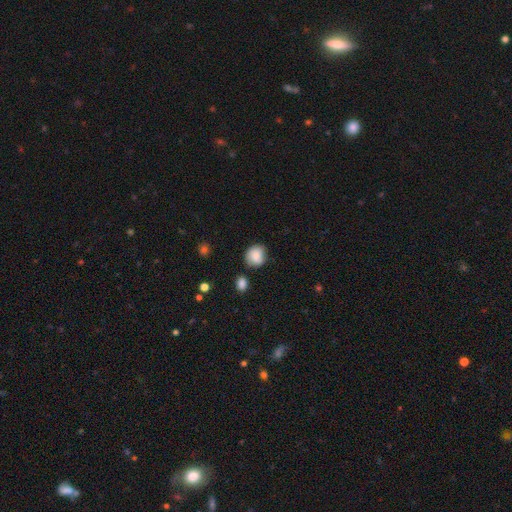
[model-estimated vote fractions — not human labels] Smooth or featured? Predicted: smooth (p=0.85). How rounded? Predicted: round (p=0.72). Merging? Predicted: none (p=0.72).